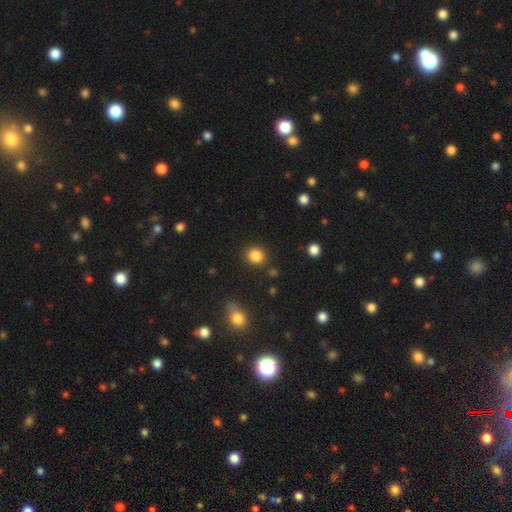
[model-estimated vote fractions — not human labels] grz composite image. It shows a smooth galaxy with no disk features (85%) that is round (80%). Merging: none (86%).